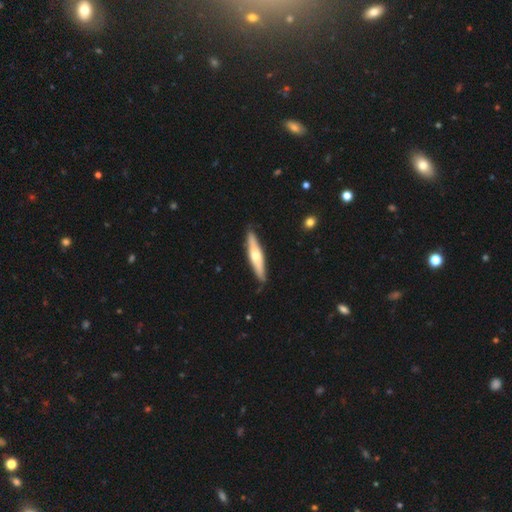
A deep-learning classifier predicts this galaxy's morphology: This appears to be a featured or disk galaxy (53%) viewed edge-on (88%). Merging: none (87%).